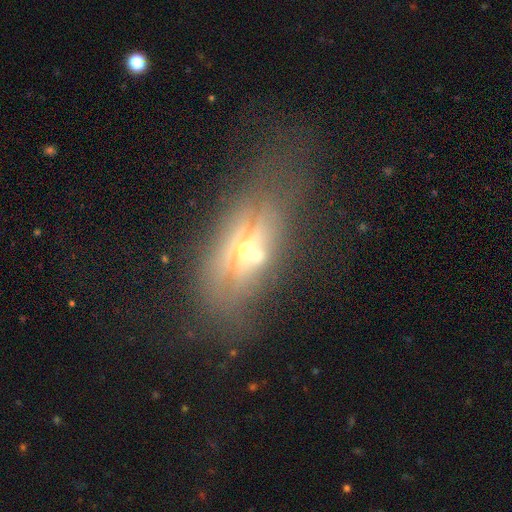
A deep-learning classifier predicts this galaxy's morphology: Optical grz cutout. It shows a featured or disk galaxy (55%) viewed edge-on (62%). Merging: none (57%).